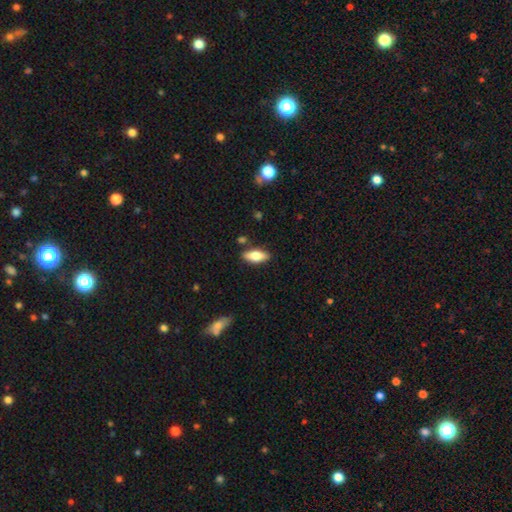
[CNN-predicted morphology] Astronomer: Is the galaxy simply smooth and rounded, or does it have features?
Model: smooth — 67%.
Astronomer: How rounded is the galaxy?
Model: in between — 75%.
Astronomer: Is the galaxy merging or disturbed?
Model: none — 83%.